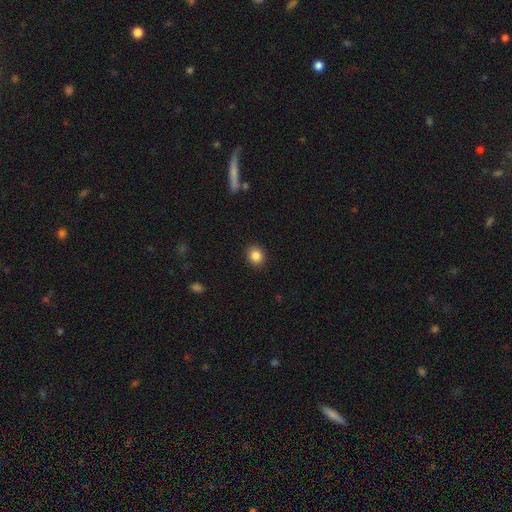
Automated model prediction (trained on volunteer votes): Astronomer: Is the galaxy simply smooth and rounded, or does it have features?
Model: smooth — 86%.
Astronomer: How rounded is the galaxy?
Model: round — 76%.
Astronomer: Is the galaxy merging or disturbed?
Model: none — 91%.